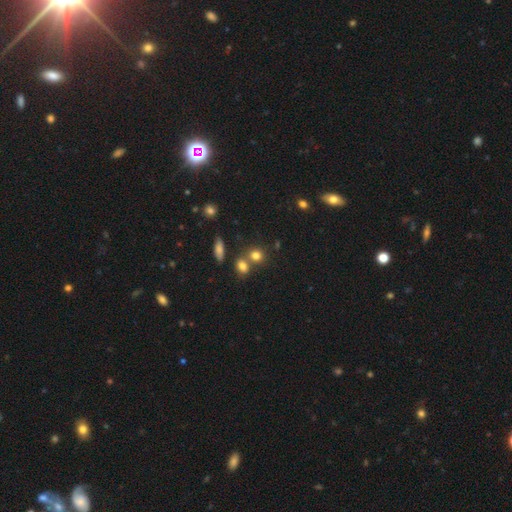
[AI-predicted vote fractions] This is likely a smooth galaxy (78%). How rounded: likely round (75%). Merging: possibly none (57%).